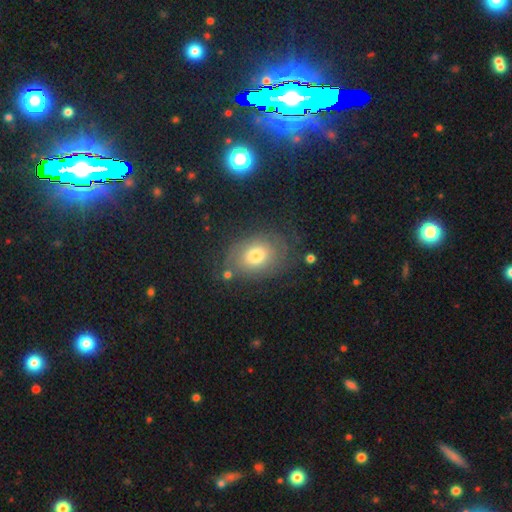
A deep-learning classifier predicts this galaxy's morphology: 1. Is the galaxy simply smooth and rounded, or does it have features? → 52% smooth, 36% featured or disk, 12% star or artifact.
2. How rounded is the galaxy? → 69% in between, 30% round, 1% cigar-shaped.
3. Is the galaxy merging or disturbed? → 66% none, 19% minor disturbance, 11% major disturbance, 3% merger.